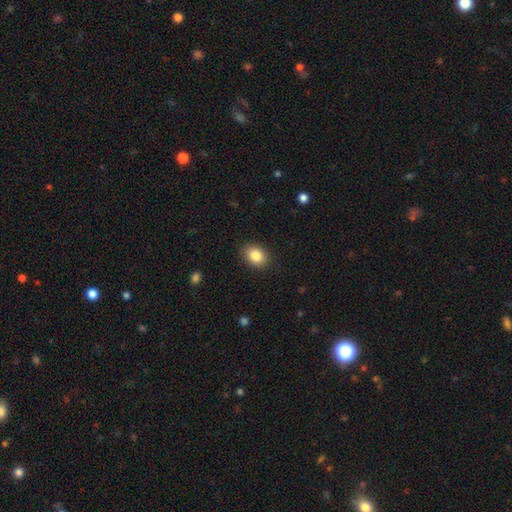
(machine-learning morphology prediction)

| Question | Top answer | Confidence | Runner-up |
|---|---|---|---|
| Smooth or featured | smooth | 85% | star or artifact (8%) |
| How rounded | in between | 68% | round (31%) |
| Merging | none | 88% | minor disturbance (9%) |